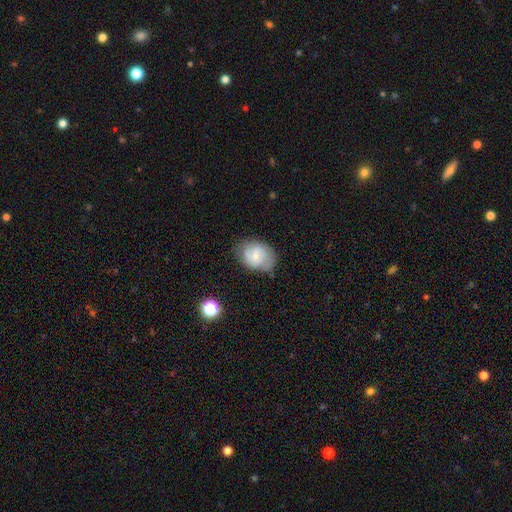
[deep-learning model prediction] Morphology: type=smooth (50%); merging=none (66%).